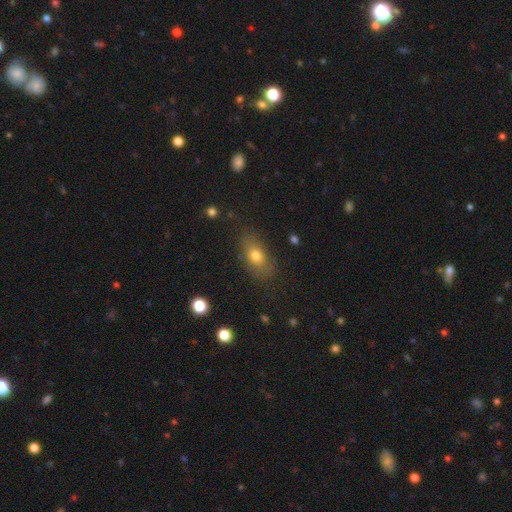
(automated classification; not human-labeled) Morphology: type=smooth (73%); roundness=in between (80%); merging=none (74%).